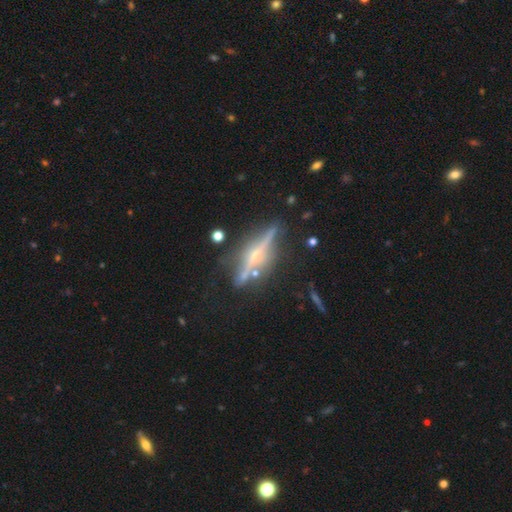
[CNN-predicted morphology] Smooth or featured? featured or disk (81%)
Edge-on disk? yes (95%)
Edge-on bulge? rounded (83%)
Merging? none (78%)